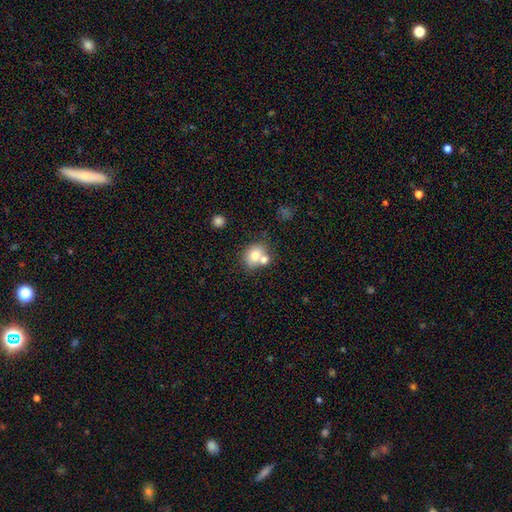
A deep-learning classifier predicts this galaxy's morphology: Smooth or featured?
  - smooth: 73% *
  - featured or disk: 16%
  - star or artifact: 10%
How rounded?
  - round: 65% *
  - in between: 34%
  - cigar-shaped: 1%
Merging?
  - none: 47% *
  - merger: 39%
  - minor disturbance: 10%
  - major disturbance: 3%